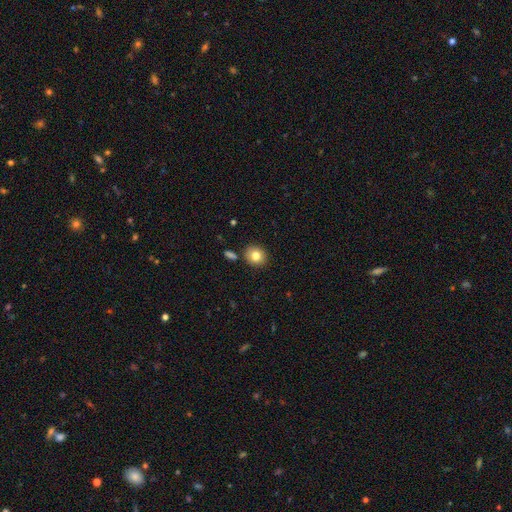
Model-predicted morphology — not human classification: smooth-or-featured: smooth: 81% | star or artifact: 10% | featured or disk: 10%
  how-rounded: round: 85% | in between: 14% | cigar-shaped: 1%
  merging: none: 85% | minor disturbance: 8% | merger: 5% | major disturbance: 2%